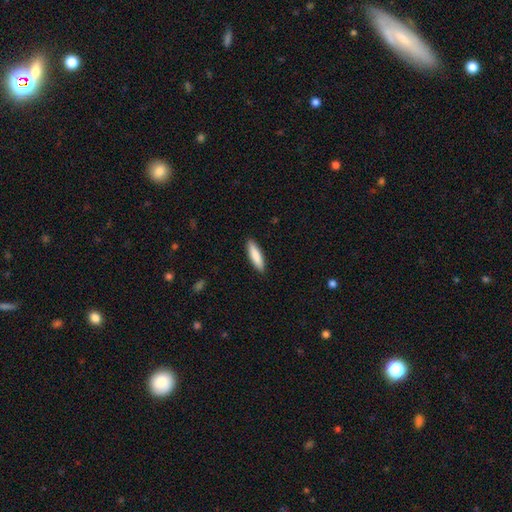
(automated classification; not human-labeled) The model was most divided on "how rounded": cigar-shaped: 74%, in between: 25%, round: 1%. More confident: merging — none (91%); smooth or featured — smooth (84%).